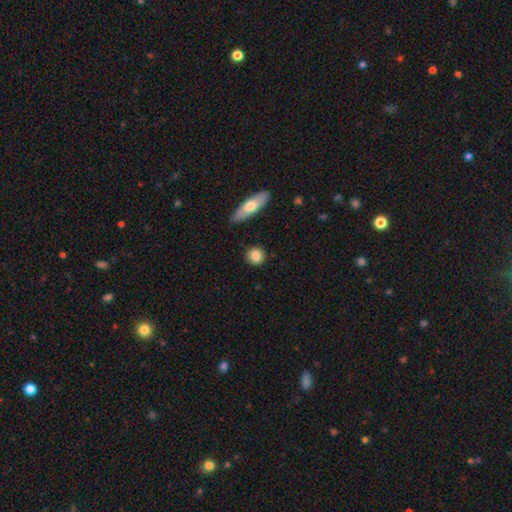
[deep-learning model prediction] smooth-or-featured: smooth: 85% | featured or disk: 8% | star or artifact: 7%
  how-rounded: round: 83% | in between: 14% | cigar-shaped: 3%
  merging: none: 87% | minor disturbance: 8% | merger: 2% | major disturbance: 2%